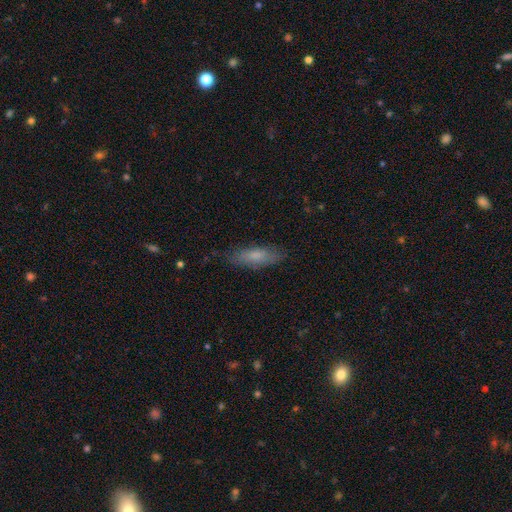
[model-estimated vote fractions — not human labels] Smooth or featured? Predicted: smooth (p=0.71). How rounded? Predicted: cigar-shaped (p=0.50). Merging? Predicted: none (p=0.77).